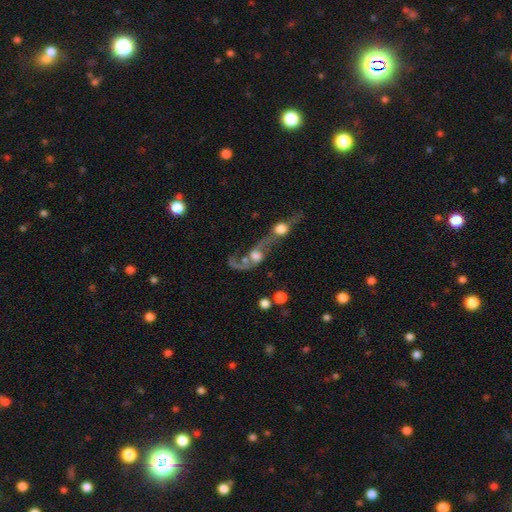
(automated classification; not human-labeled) This is likely a featured or disk galaxy (60%). It is clearly not viewed edge-on (91%). Bar: likely no (74%). Spiral arm pattern: likely yes (72%). Central bulge: marginally moderate (42%). Merging: likely merger (74%).